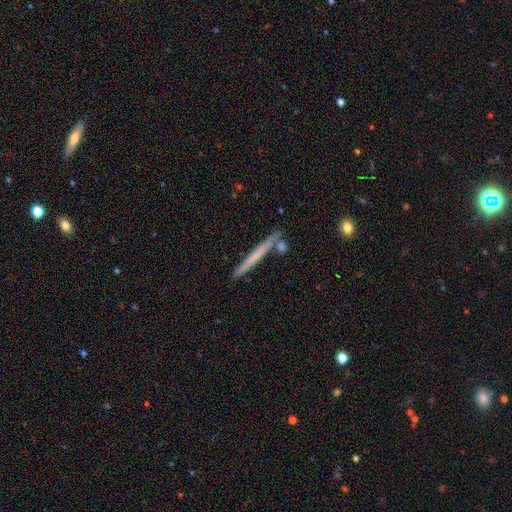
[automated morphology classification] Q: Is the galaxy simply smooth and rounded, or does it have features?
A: smooth — 52%.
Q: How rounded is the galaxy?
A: cigar-shaped — 97%.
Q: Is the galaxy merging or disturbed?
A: none — 84%.